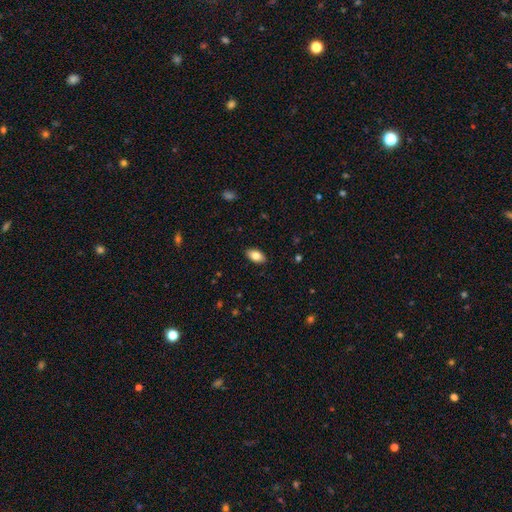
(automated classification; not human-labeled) Smooth or featured?
  - smooth: 83% *
  - featured or disk: 10%
  - star or artifact: 7%
How rounded?
  - in between: 93% *
  - round: 5%
  - cigar-shaped: 3%
Merging?
  - none: 89% *
  - minor disturbance: 8%
  - major disturbance: 2%
  - merger: 1%